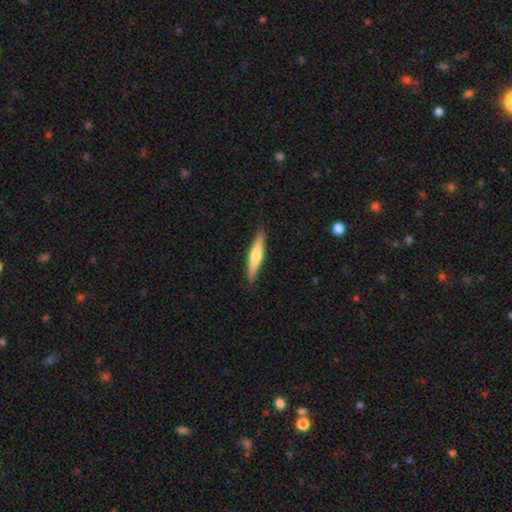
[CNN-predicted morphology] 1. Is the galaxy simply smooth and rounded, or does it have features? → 48% featured or disk, 47% smooth, 5% star or artifact.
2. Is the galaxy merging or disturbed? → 90% none, 8% minor disturbance, 1% major disturbance, 1% merger.